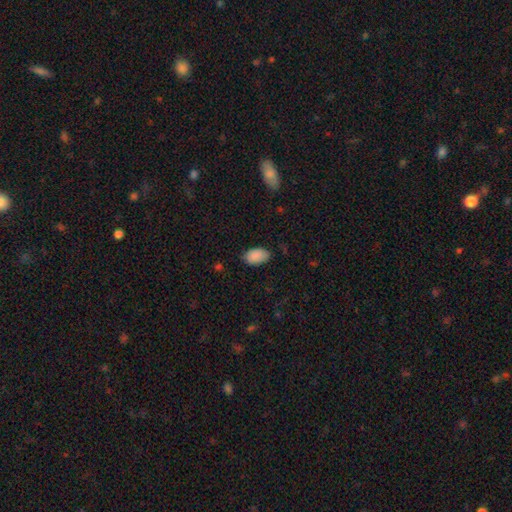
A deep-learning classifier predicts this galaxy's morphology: smooth-or-featured: smooth: 89% | star or artifact: 7% | featured or disk: 4%
  how-rounded: in between: 94% | round: 5% | cigar-shaped: 1%
  merging: none: 79% | minor disturbance: 16% | major disturbance: 3% | merger: 1%